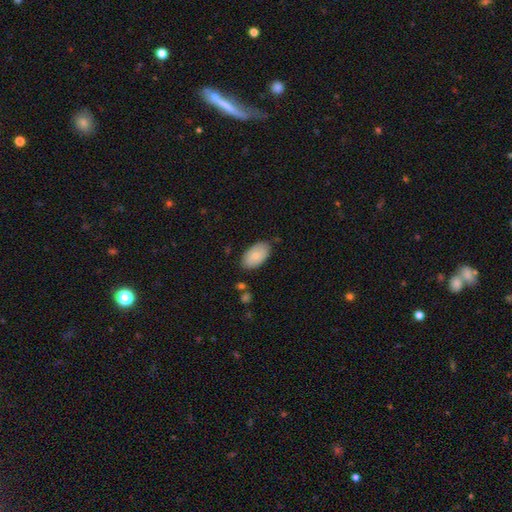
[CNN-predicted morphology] Smooth or featured?
  - smooth: 82% *
  - featured or disk: 13%
  - star or artifact: 6%
How rounded?
  - in between: 95% *
  - round: 3%
  - cigar-shaped: 1%
Merging?
  - none: 78% *
  - minor disturbance: 16%
  - major disturbance: 3%
  - merger: 2%